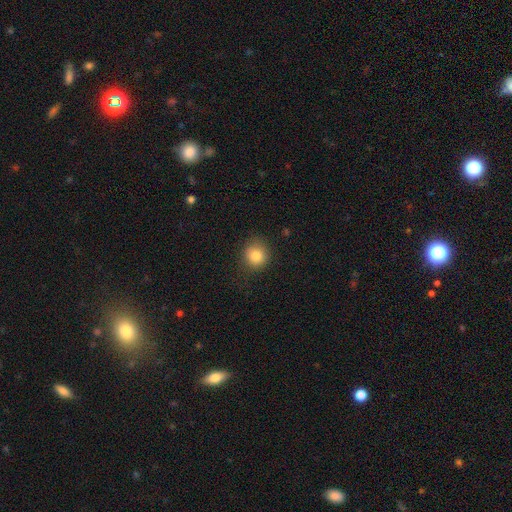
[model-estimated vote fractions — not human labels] This is clearly a smooth galaxy (83%). How rounded: clearly round (85%). Merging: clearly none (80%).